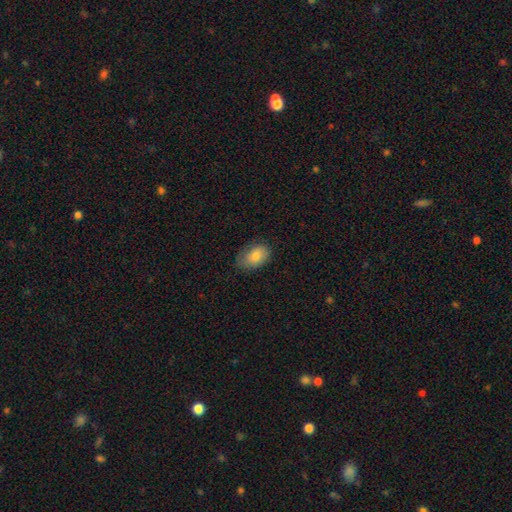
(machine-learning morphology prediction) Smooth or featured? smooth (81%)
How rounded? in between (87%)
Merging? none (75%)